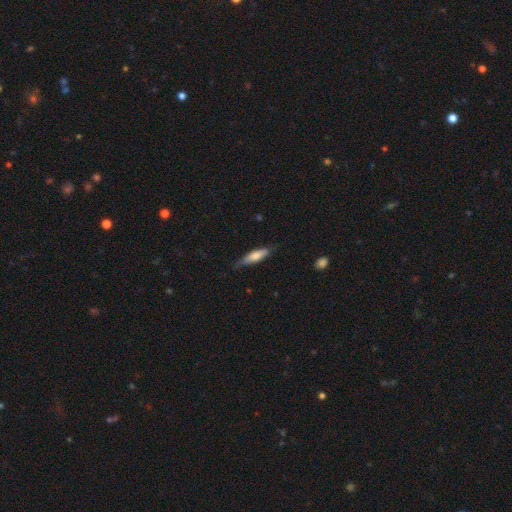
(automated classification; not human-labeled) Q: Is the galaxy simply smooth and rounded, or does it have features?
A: smooth — 68%.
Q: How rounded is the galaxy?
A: cigar-shaped — 60%.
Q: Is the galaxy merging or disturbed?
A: none — 65%.